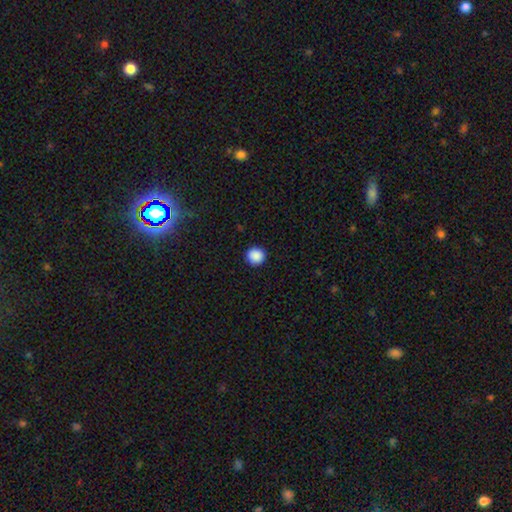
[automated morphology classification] smooth-or-featured: smooth: 89% | star or artifact: 9% | featured or disk: 2%
  how-rounded: round: 95% | in between: 4% | cigar-shaped: 1%
  merging: none: 93% | minor disturbance: 5% | major disturbance: 2% | merger: 1%